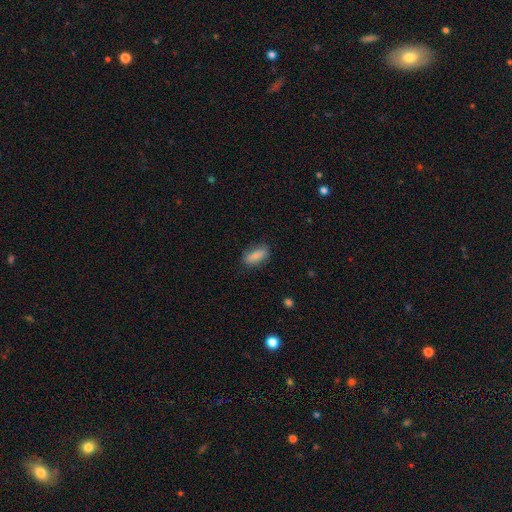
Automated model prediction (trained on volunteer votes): The model was most divided on "how rounded": in between: 77%, cigar-shaped: 20%, round: 3%. More confident: smooth or featured — smooth (84%); merging — none (79%).